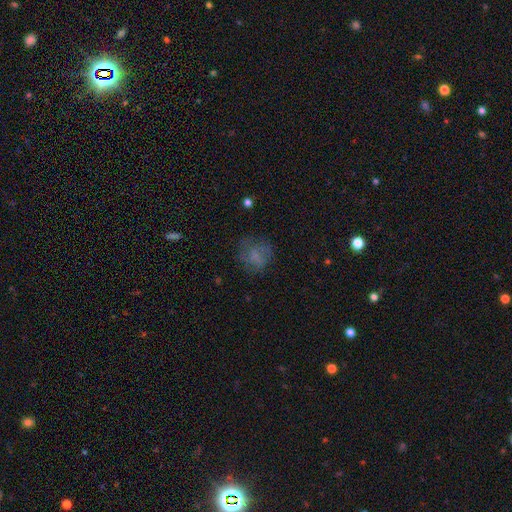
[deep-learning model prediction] Smooth or featured? Predicted: smooth (p=0.61). How rounded? Predicted: round (p=0.68). Merging? Predicted: none (p=0.59).